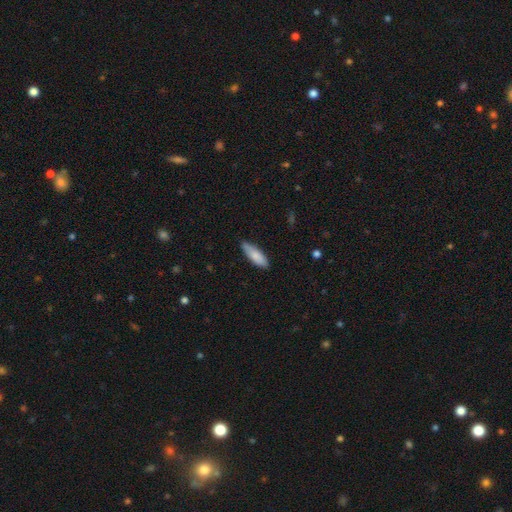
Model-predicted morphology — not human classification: Smooth or featured? Predicted: smooth (p=0.84). How rounded? Predicted: in between (p=0.54). Merging? Predicted: none (p=0.78).